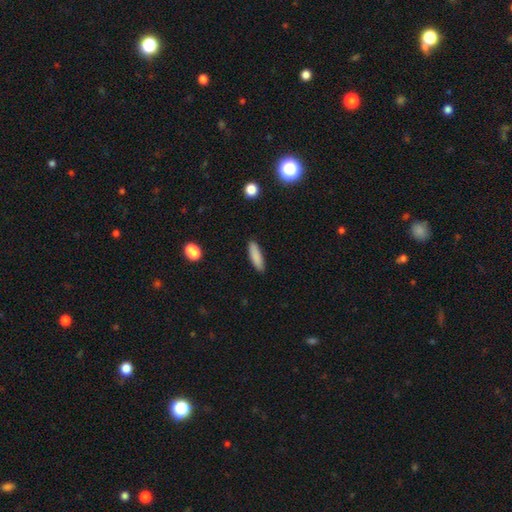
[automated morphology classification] This appears to be a smooth galaxy with no disk features (87%) that is cigar-shaped (67%). Merging: none (88%).